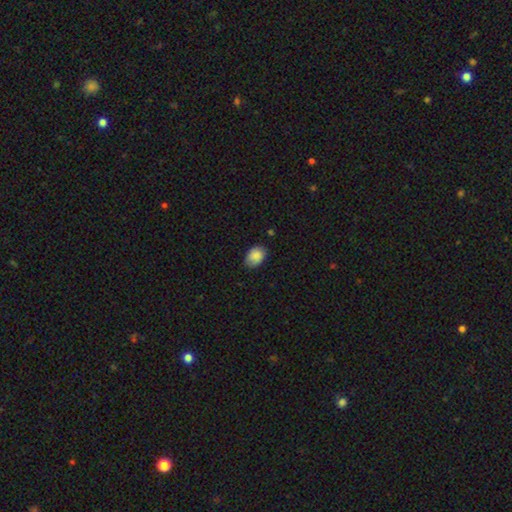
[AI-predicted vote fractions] Smooth or featured? smooth (87%)
How rounded? in between (81%)
Merging? none (79%)